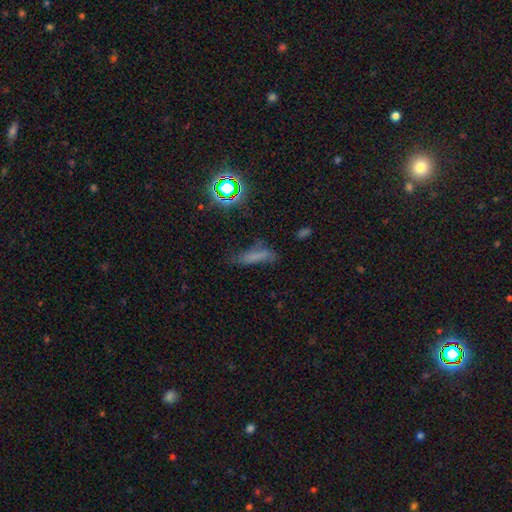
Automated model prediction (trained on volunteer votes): This is likely a smooth galaxy (63%). How rounded: likely cigar-shaped (62%). Merging: possibly none (53%).